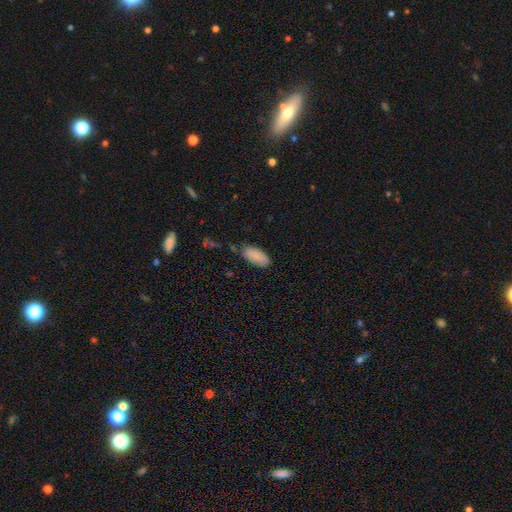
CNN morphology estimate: This is clearly a smooth galaxy (88%). How rounded: clearly in between (90%). Merging: likely none (76%).